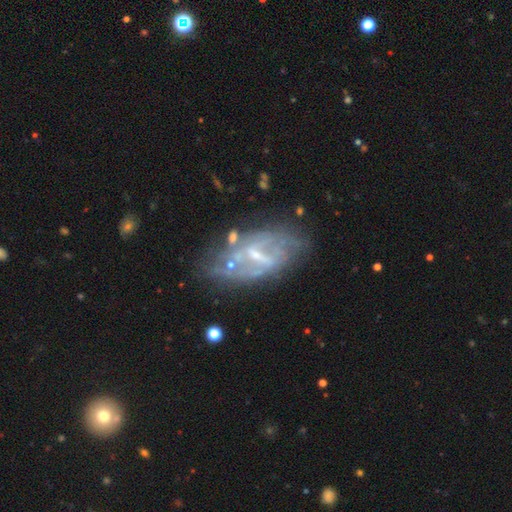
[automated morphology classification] Smooth or featured? featured or disk (77%)
Edge-on disk? no (92%)
Bar? weak (46%)
Spiral arms? yes (62%)
Bulge size? small (55%)
Merging? none (57%)